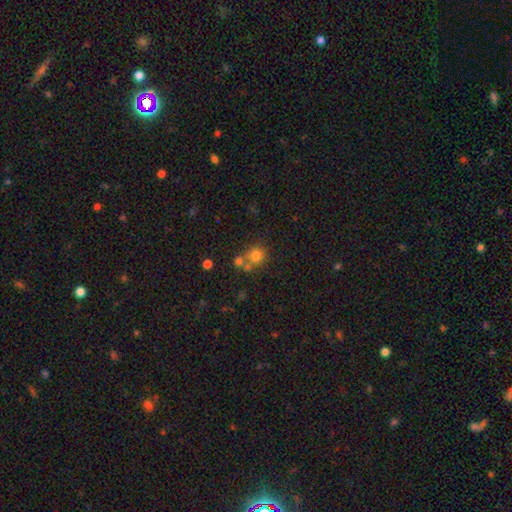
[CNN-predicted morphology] type=smooth (74%); roundness=round (85%); merging=none (52%).